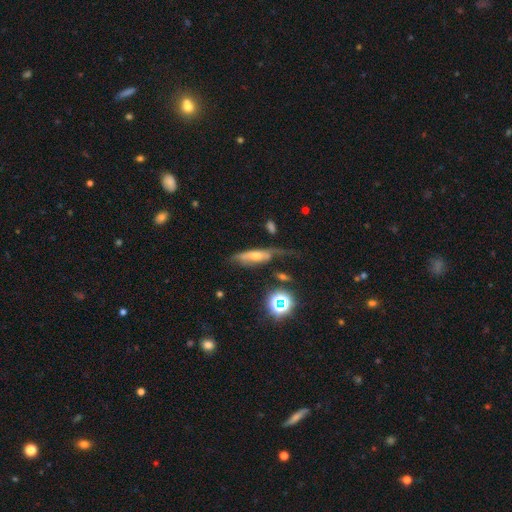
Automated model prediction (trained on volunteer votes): A featured or disk galaxy (47%). Merging: none (34%).